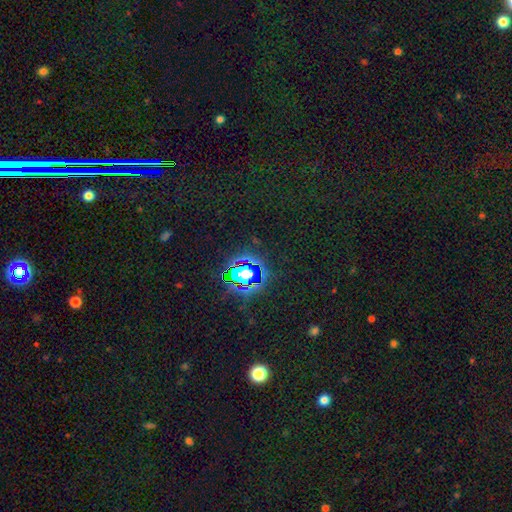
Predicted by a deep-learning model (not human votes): This is clearly a star or artifact rather than a galaxy (82%).